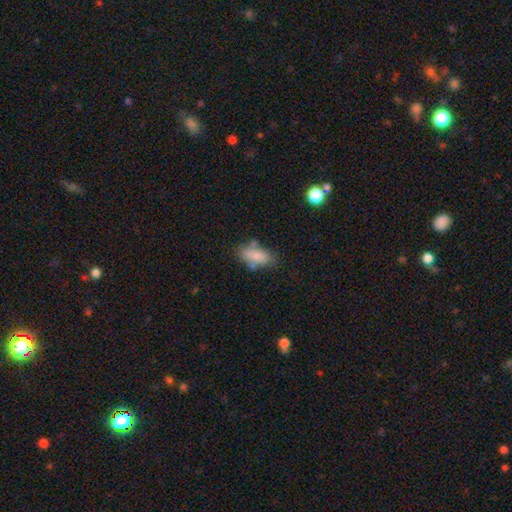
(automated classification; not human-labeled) Overall: smooth (78%). How rounded: in between (84%). Merging: none (62%).